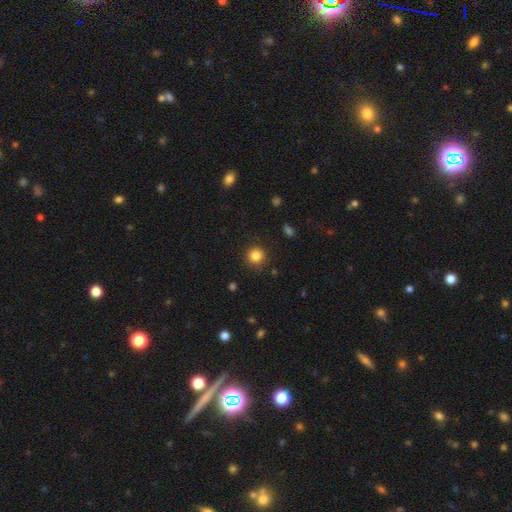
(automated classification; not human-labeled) A smooth galaxy with no disk features (84%) that is round (94%). Merging: none (89%).